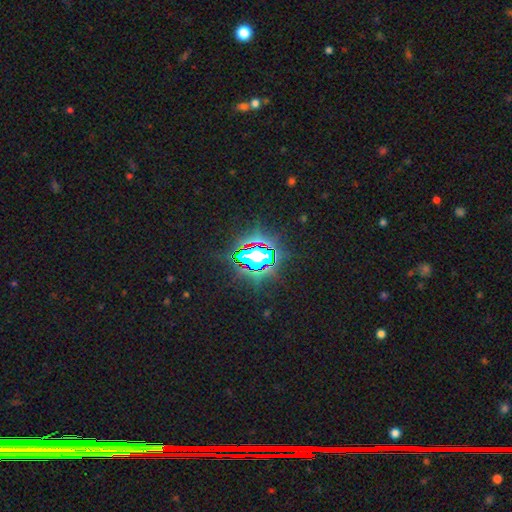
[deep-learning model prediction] A star or artifact, not a galaxy (76%).